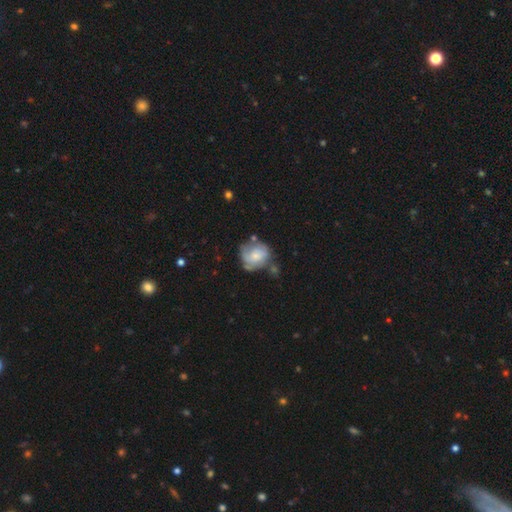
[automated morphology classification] Smooth or featured: featured or disk — 47% (smooth — 46%)
Merging: none — 45% (minor disturbance — 28%)